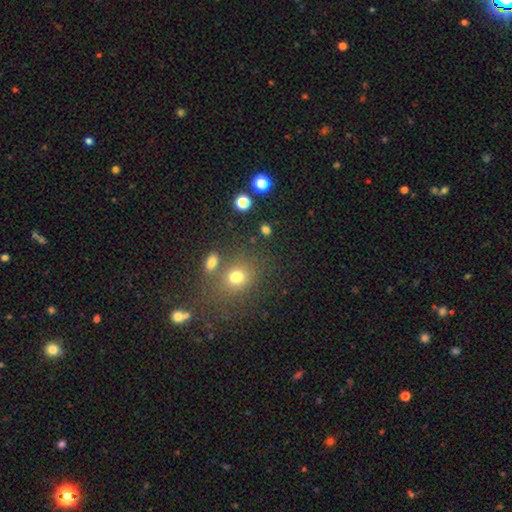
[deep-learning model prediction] Smooth or featured: smooth — 51% (star or artifact — 39%)
How rounded: round — 78% (in between — 21%)
Merging: none — 70% (merger — 15%)